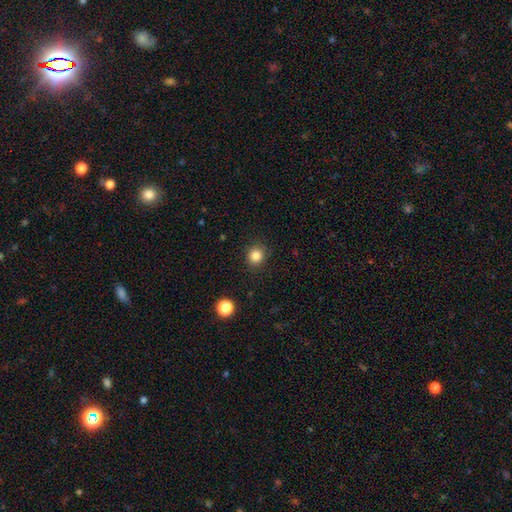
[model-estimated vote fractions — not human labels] Smooth or featured? Predicted: smooth (p=0.84). How rounded? Predicted: round (p=0.86). Merging? Predicted: none (p=0.90).